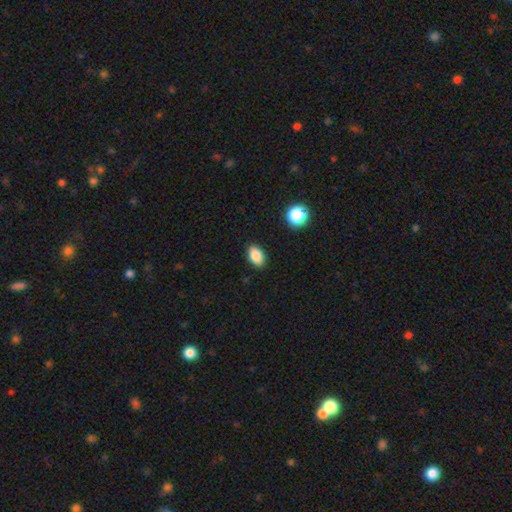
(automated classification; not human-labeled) Q: Smooth or featured?
A: smooth (86%); runner-up: star or artifact (9%)
Q: How rounded?
A: in between (88%); runner-up: round (11%)
Q: Merging?
A: none (86%); runner-up: minor disturbance (10%)